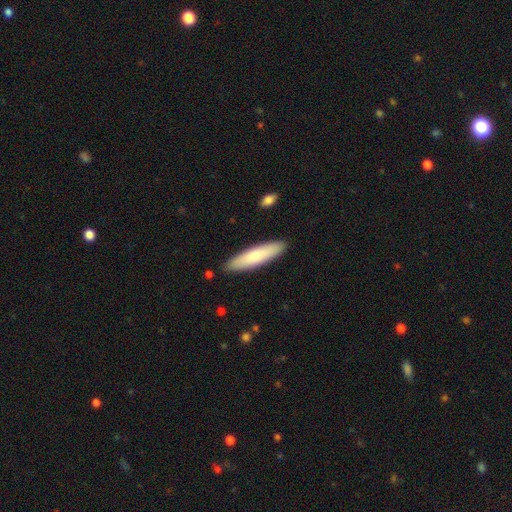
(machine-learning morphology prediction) Smooth or featured? smooth (76%)
How rounded? cigar-shaped (77%)
Merging? none (88%)